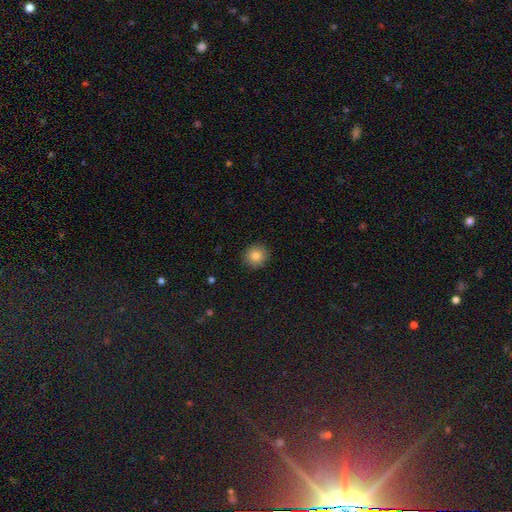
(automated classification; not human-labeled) The model was most divided on "smooth or featured": smooth: 83%, star or artifact: 10%, featured or disk: 7%. More confident: how rounded — round (92%); merging — none (92%).